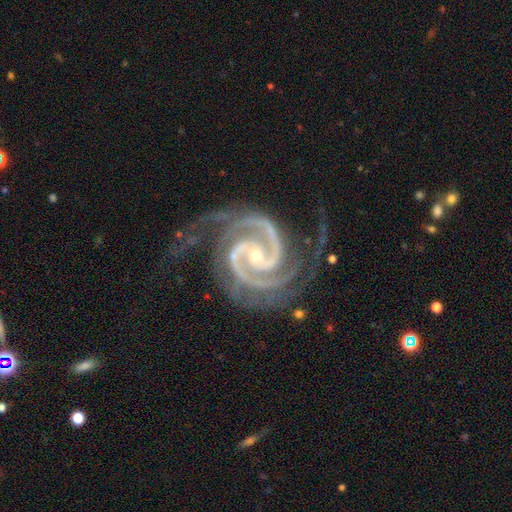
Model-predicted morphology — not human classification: Smooth or featured? featured or disk (95%)
Edge-on disk? no (98%)
Bar? no (43%)
Spiral arms? yes (99%)
Spiral winding? tight (57%)
Spiral arm count? 2 (73%)
Bulge size? small (64%)
Merging? none (62%)